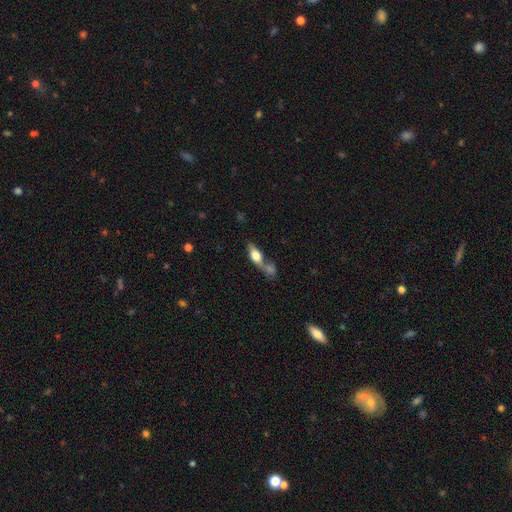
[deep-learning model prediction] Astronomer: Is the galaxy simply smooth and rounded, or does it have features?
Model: smooth — 56% (runner-up: featured or disk, 37%).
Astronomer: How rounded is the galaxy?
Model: in between — 64%.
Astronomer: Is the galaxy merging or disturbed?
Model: merger — 53% (runner-up: none, 29%).